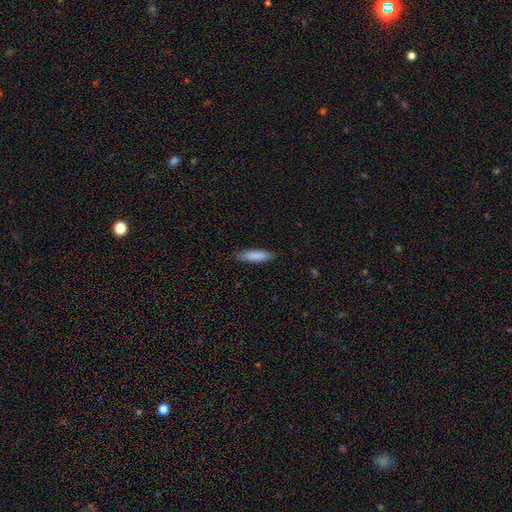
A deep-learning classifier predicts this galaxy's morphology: Overall: smooth (86%). How rounded: cigar-shaped (66%; in between 33%). Merging: none (86%).